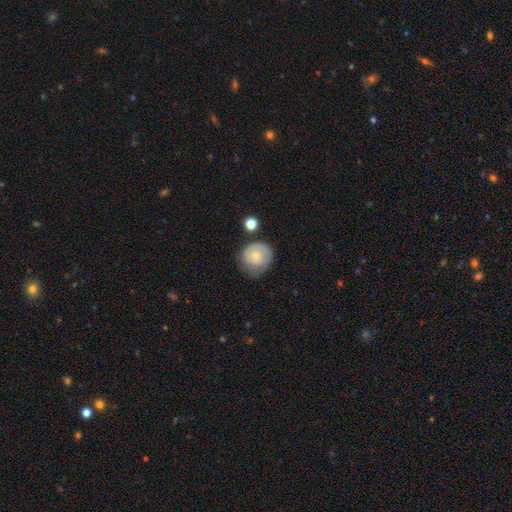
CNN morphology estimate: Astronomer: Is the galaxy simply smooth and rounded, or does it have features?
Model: smooth — 60%.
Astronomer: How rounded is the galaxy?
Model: round — 82%.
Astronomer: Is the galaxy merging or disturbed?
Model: none — 52% (runner-up: minor disturbance, 31%).